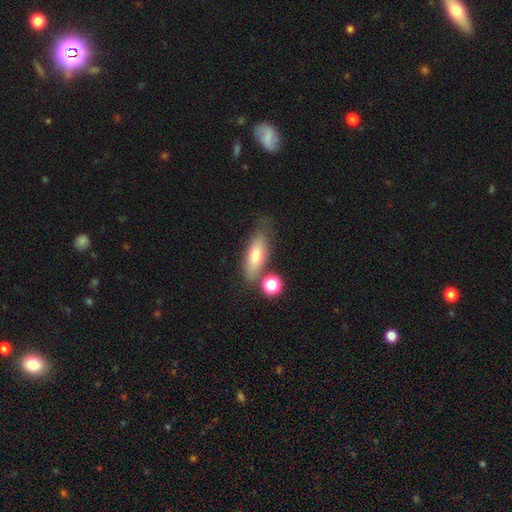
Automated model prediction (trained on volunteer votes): Smooth or featured?
  - smooth: 69% *
  - featured or disk: 23%
  - star or artifact: 8%
How rounded?
  - in between: 57% *
  - cigar-shaped: 38%
  - round: 4%
Merging?
  - none: 65% *
  - minor disturbance: 18%
  - merger: 12%
  - major disturbance: 6%